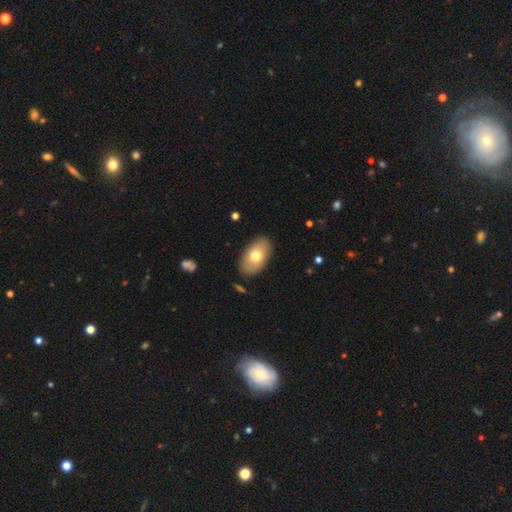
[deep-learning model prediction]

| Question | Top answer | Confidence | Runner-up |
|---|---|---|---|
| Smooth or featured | smooth | 72% | featured or disk (21%) |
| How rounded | in between | 93% | round (5%) |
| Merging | none | 87% | minor disturbance (9%) |